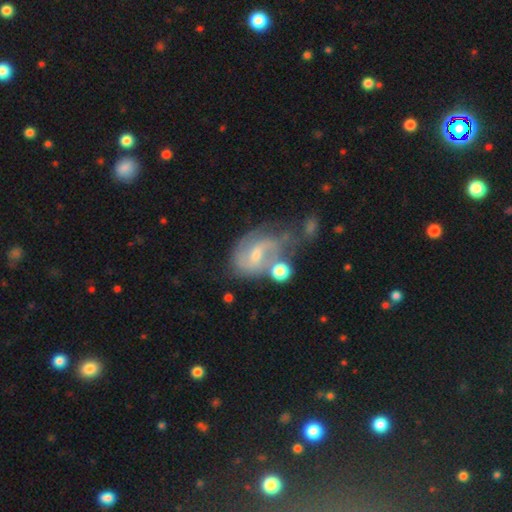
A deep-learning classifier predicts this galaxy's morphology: Overall: featured or disk (76%). Edge-on disk: no (97%). Bar: weak (53%; no 29%). Spiral arms: yes (89%). Spiral arm count: 2 (70%). Spiral winding: medium (47%; loose 31%). Bulge size: small (56%; moderate 37%). Merging: none (39%; minor disturbance 23%).